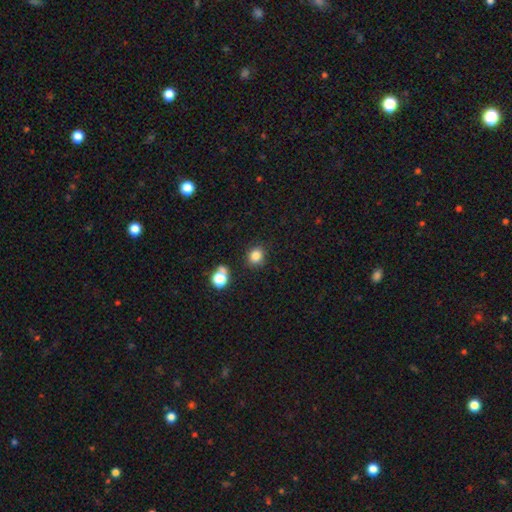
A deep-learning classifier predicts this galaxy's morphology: smooth-or-featured: smooth: 83% | star or artifact: 12% | featured or disk: 5%
  how-rounded: round: 77% | in between: 22% | cigar-shaped: 1%
  merging: none: 82% | minor disturbance: 10% | merger: 5% | major disturbance: 3%